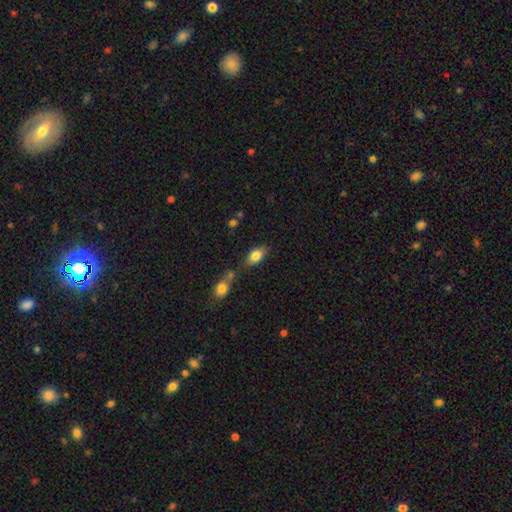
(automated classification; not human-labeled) smooth 80%, featured or disk 12%, star or artifact 8%. Down the decision tree: how rounded — in between (88%); merging — none (60%).